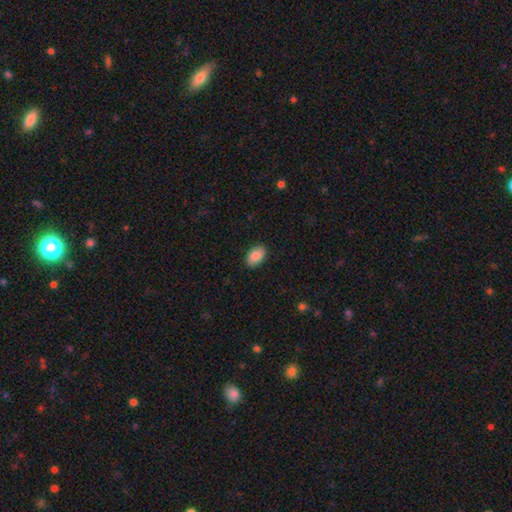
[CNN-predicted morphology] Smooth or featured? smooth (87%)
How rounded? in between (90%)
Merging? none (88%)